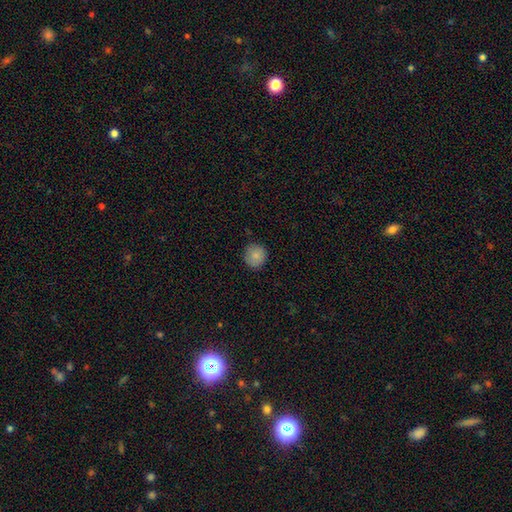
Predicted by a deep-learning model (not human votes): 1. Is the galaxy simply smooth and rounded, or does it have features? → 86% smooth, 8% star or artifact, 6% featured or disk.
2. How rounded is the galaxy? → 91% round, 8% in between, 1% cigar-shaped.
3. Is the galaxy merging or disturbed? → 87% none, 10% minor disturbance, 2% major disturbance, 1% merger.